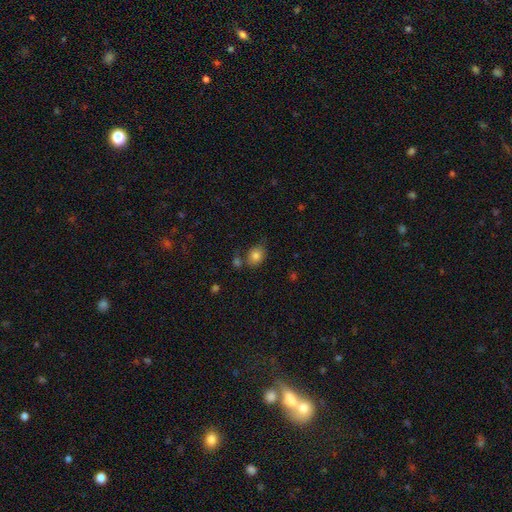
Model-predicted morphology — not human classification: A smooth galaxy with no disk features (81%) that is in between round and cigar-shaped (54%).

Vote fractions:
- Smooth or featured? smooth: 81% / star or artifact: 10% / featured or disk: 9%
- How rounded? in between: 54% / round: 45% / cigar-shaped: 1%
- Merging? none: 69% / minor disturbance: 15% / merger: 12% / major disturbance: 4%